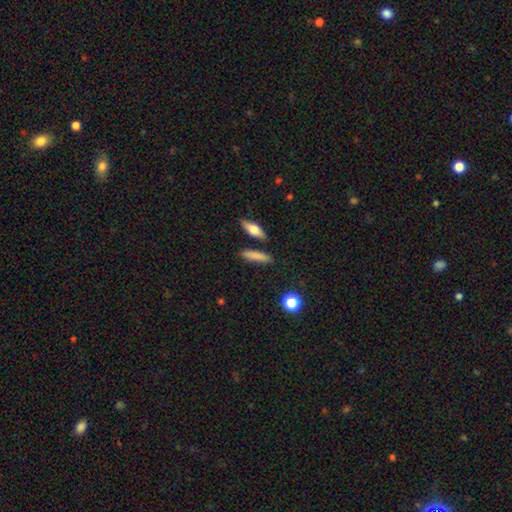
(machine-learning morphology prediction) type=smooth (79%); roundness=cigar-shaped (73%); merging=none (82%).